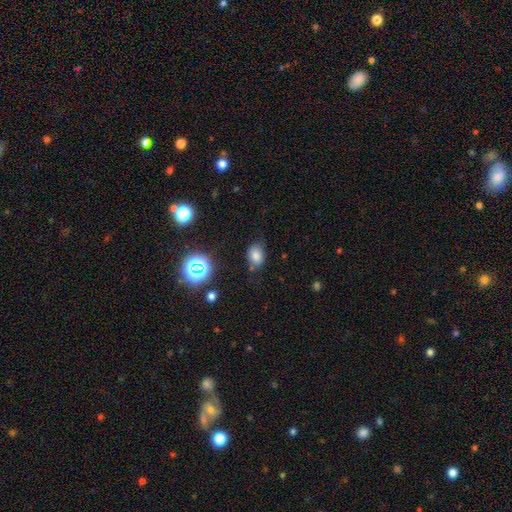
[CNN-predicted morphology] smooth-or-featured: smooth: 74% | star or artifact: 16% | featured or disk: 10%
  how-rounded: in between: 71% | round: 28% | cigar-shaped: 1%
  merging: none: 68% | minor disturbance: 22% | major disturbance: 6% | merger: 4%